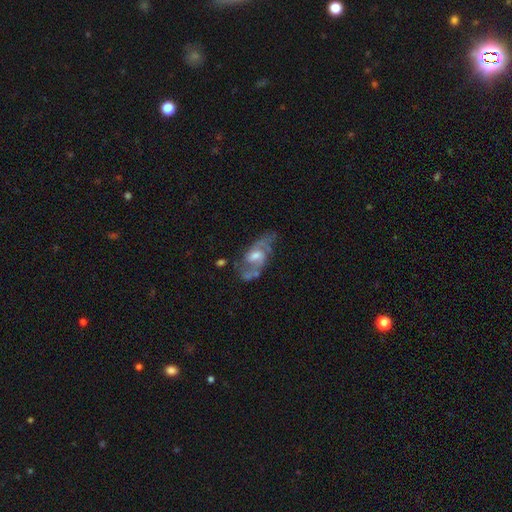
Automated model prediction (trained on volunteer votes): This is likely a featured or disk galaxy (80%). It is clearly not viewed edge-on (93%). Bar: possibly weak (46%). Spiral arm pattern: clearly yes (89%). Spiral arm count: likely 2 (78%). Spiral winding: possibly medium (48%). Central bulge: possibly moderate (56%). Merging: likely none (60%).